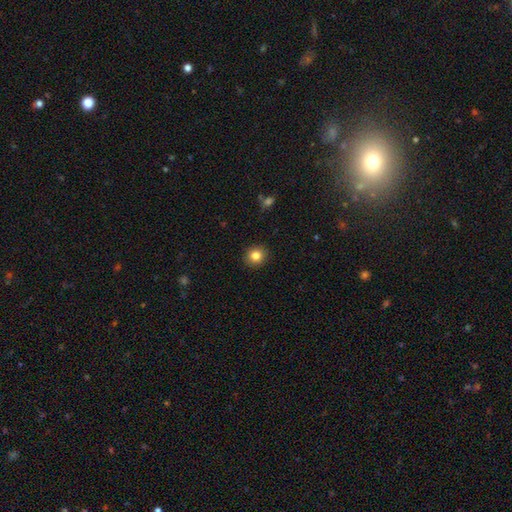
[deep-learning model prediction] Overall: smooth (84%). How rounded: round (87%). Merging: none (91%).